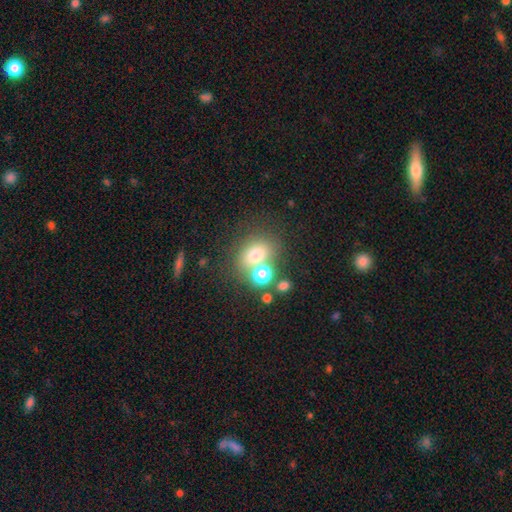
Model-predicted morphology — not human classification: A smooth galaxy with no disk features (70%) that is round (54%).

Vote fractions:
- Smooth or featured? smooth: 70% / star or artifact: 16% / featured or disk: 14%
- How rounded? round: 54% / in between: 44% / cigar-shaped: 1%
- Merging? none: 54% / merger: 29% / minor disturbance: 11% / major disturbance: 6%